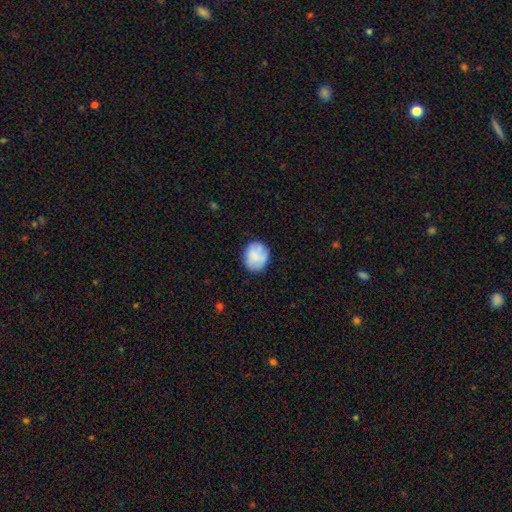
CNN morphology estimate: This appears to be a smooth galaxy with no disk features (76%) that is round (70%). Merging: none (77%).